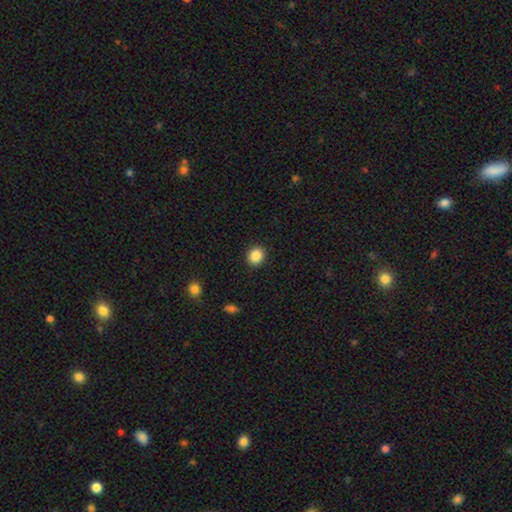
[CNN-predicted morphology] smooth-or-featured: smooth: 88% | star or artifact: 9% | featured or disk: 3%
  how-rounded: round: 77% | in between: 23% | cigar-shaped: 1%
  merging: none: 91% | minor disturbance: 6% | major disturbance: 2% | merger: 1%